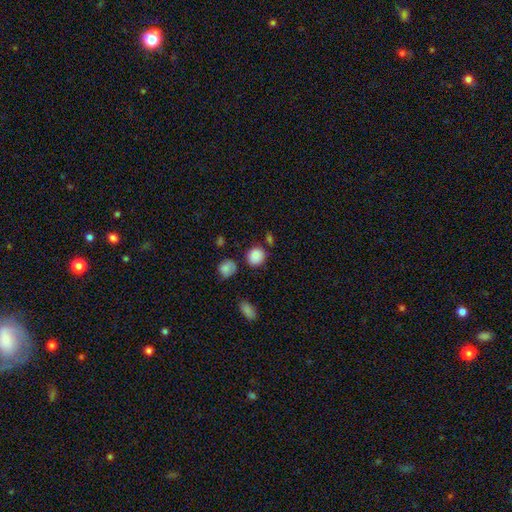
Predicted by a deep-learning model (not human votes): This appears to be a smooth galaxy with no disk features (85%) that is round (84%). Merging: none (76%).